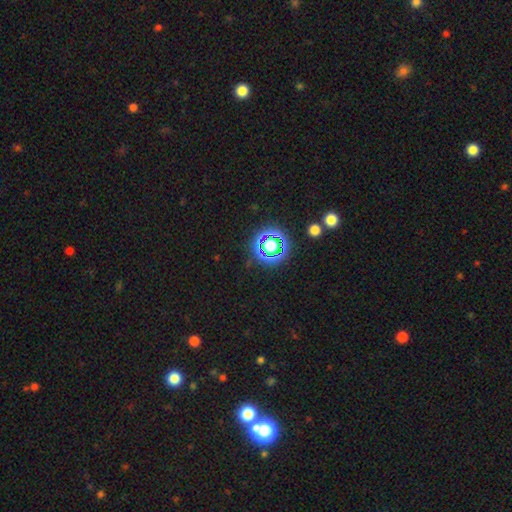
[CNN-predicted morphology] This is likely a star or artifact rather than a galaxy (78%).